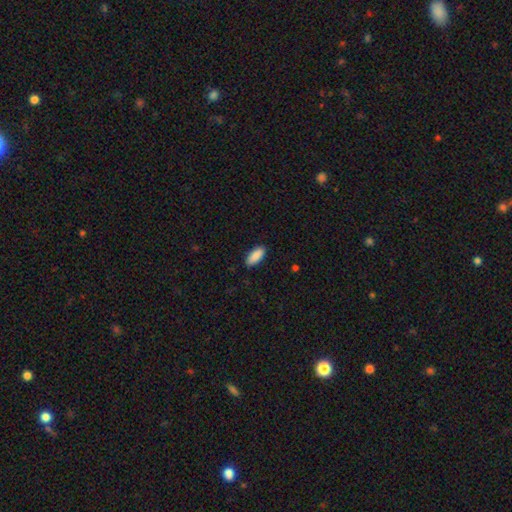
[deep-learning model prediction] smooth 91%, star or artifact 6%, featured or disk 3%. Down the decision tree: how rounded — in between (85%); merging — none (89%).